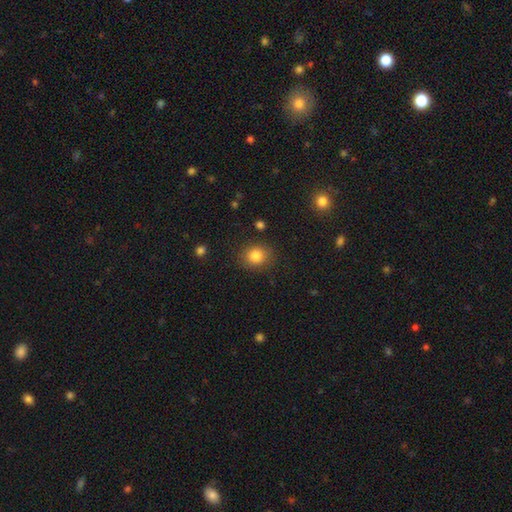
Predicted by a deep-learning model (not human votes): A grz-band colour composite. It shows a smooth galaxy with no disk features (83%) that is round (78%). Merging: none (86%).